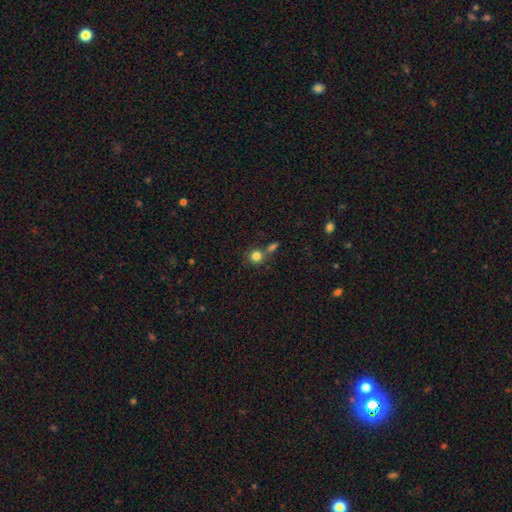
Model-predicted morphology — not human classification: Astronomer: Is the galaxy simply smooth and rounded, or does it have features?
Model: smooth — 82%.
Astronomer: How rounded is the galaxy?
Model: round — 88%.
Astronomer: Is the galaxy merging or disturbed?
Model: none — 57%.